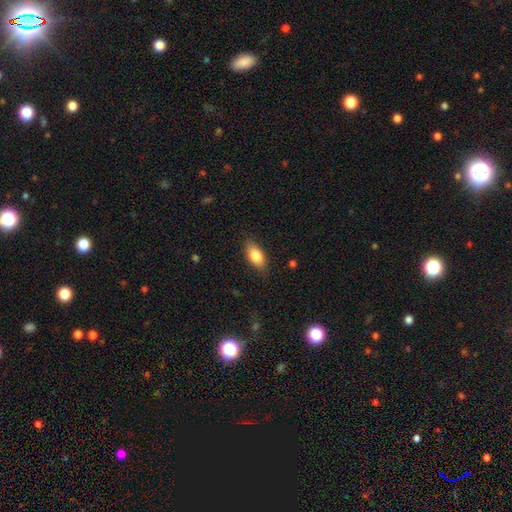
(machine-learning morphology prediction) This is clearly a smooth galaxy (82%). How rounded: clearly in between (87%). Merging: clearly none (82%).